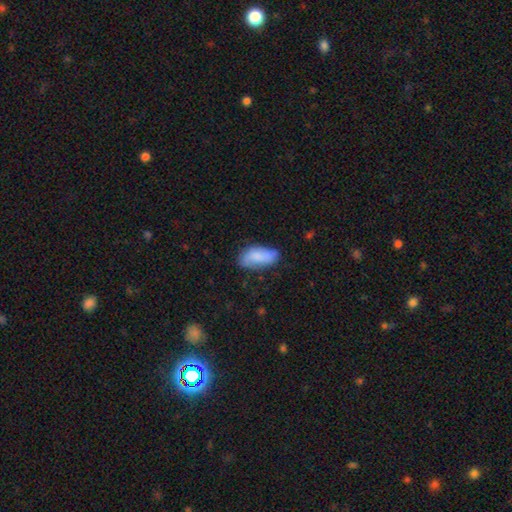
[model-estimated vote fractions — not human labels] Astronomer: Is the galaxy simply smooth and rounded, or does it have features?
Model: smooth — 75%.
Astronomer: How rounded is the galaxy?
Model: in between — 89%.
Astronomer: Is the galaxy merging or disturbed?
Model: none — 61%.